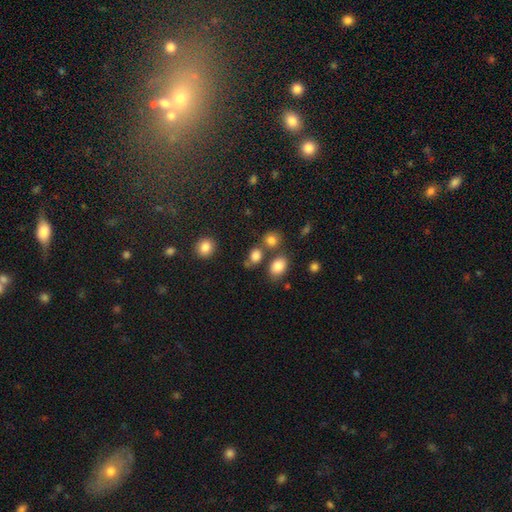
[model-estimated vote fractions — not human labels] The model was most divided on "how rounded": in between: 52%, round: 46%, cigar-shaped: 1%. More confident: smooth or featured — smooth (81%); merging — none (63%).